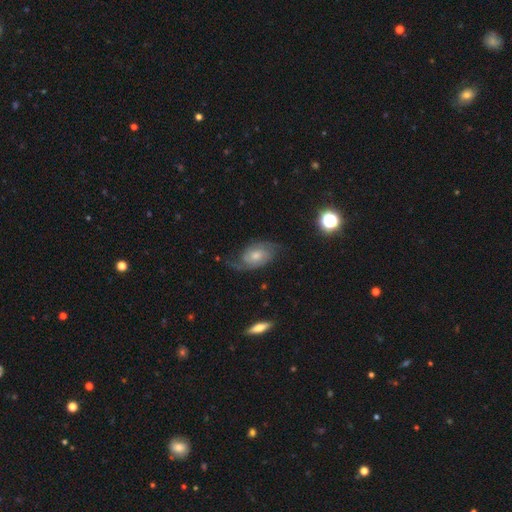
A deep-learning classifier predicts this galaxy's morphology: featured or disk 82%, smooth 12%, star or artifact 7%. Down the decision tree: edge-on disk — no (96%); bar — no (66%); spiral arms — yes (96%); spiral arm count — 2 (84%); spiral winding — medium (44%); bulge size — moderate (53%); merging — none (68%).